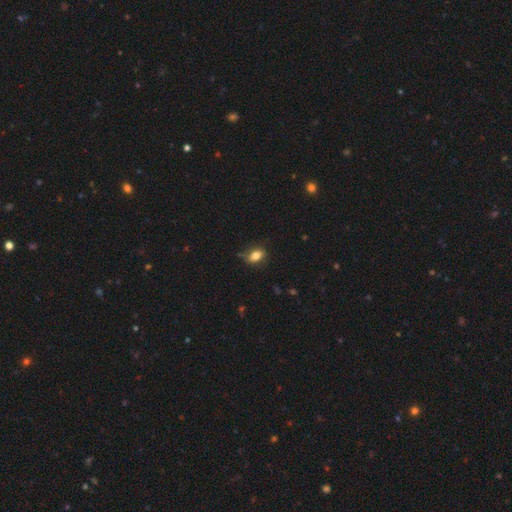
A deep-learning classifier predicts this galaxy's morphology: This is clearly a smooth galaxy (80%). How rounded: clearly in between (82%). Merging: likely none (71%).